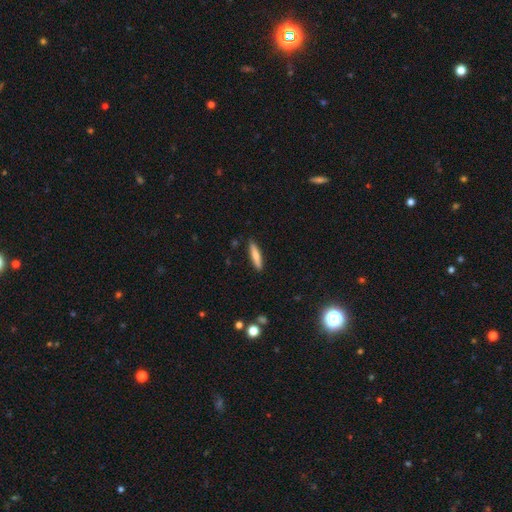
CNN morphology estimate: Smooth or featured?
  - smooth: 74% *
  - featured or disk: 20%
  - star or artifact: 6%
How rounded?
  - cigar-shaped: 85% *
  - in between: 13%
  - round: 2%
Merging?
  - none: 89% *
  - minor disturbance: 8%
  - major disturbance: 2%
  - merger: 1%